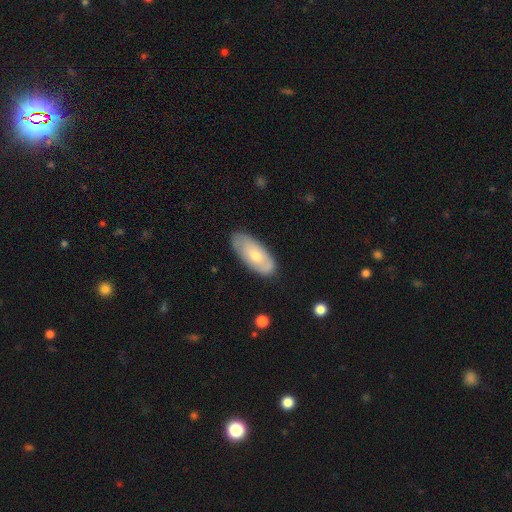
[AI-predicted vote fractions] A smooth galaxy with no disk features (62%) that is in between round and cigar-shaped (87%).

Vote fractions:
- Smooth or featured? smooth: 62% / featured or disk: 32% / star or artifact: 6%
- How rounded? in between: 87% / cigar-shaped: 11% / round: 2%
- Merging? none: 77% / minor disturbance: 18% / major disturbance: 4% / merger: 1%